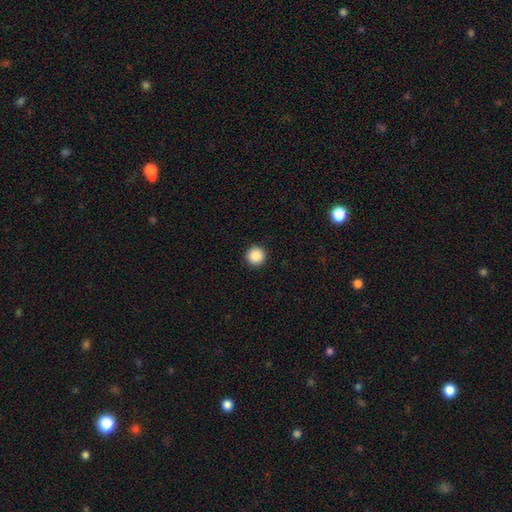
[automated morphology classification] This appears to be a smooth galaxy with no disk features (89%) that is round (96%). Merging: none (93%).